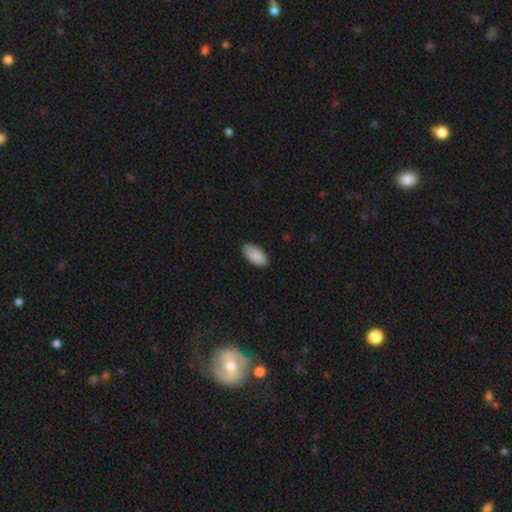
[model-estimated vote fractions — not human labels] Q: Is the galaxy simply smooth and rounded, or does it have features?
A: smooth — 89%.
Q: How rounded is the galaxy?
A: in between — 94%.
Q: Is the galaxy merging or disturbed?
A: none — 82%.